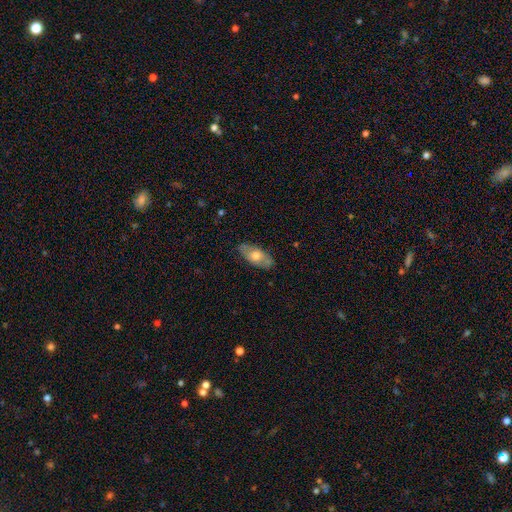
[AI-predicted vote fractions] Smooth or featured: smooth — 60% (featured or disk — 34%)
How rounded: in between — 87% (cigar-shaped — 9%)
Merging: none — 78% (minor disturbance — 17%)